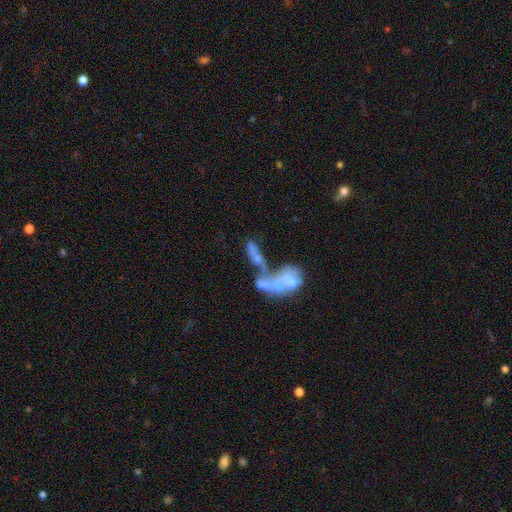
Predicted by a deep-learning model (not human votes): smooth-or-featured: featured or disk: 49% | smooth: 38% | star or artifact: 13%
  merging: merger: 66% | major disturbance: 14% | none: 13% | minor disturbance: 7%